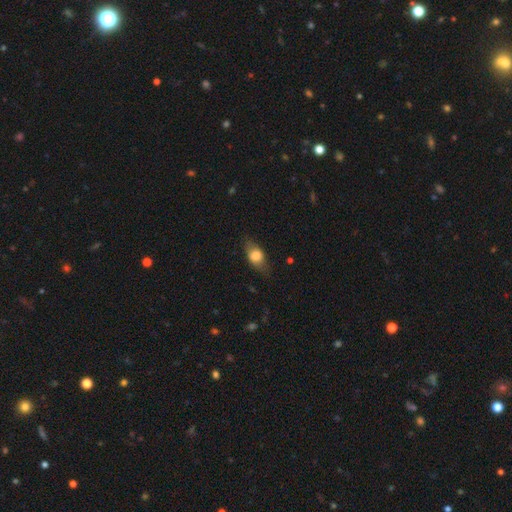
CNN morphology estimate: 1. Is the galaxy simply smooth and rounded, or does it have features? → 66% smooth, 26% featured or disk, 8% star or artifact.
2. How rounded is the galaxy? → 77% in between, 13% round, 9% cigar-shaped.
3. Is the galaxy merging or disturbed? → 75% none, 19% minor disturbance, 5% major disturbance, 1% merger.